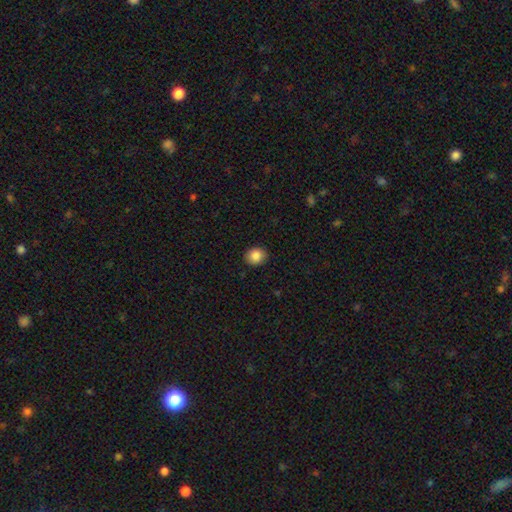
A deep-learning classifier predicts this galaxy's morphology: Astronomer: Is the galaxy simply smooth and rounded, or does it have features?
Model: smooth — 86%.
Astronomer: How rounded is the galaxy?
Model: round — 71%.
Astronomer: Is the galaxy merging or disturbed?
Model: none — 90%.